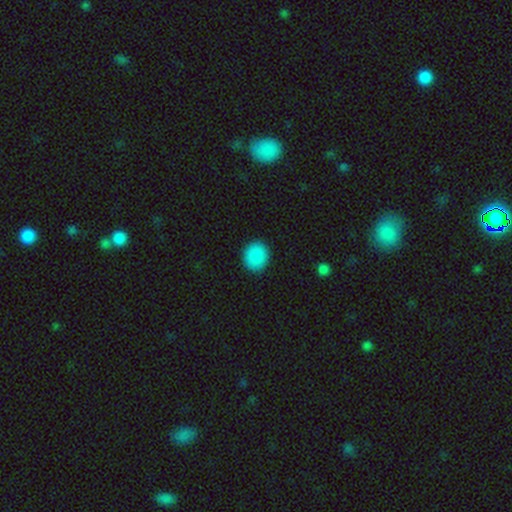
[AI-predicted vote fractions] smooth 89%, star or artifact 8%, featured or disk 3%. Down the decision tree: how rounded — round (78%); merging — none (91%).